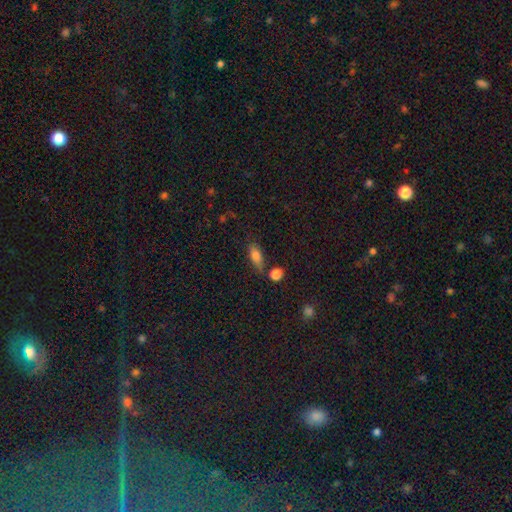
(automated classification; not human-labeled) A smooth galaxy with no disk features (78%) that is in between round and cigar-shaped (76%).

Vote fractions:
- Smooth or featured? smooth: 78% / featured or disk: 13% / star or artifact: 9%
- How rounded? in between: 76% / cigar-shaped: 19% / round: 5%
- Merging? none: 66% / minor disturbance: 18% / merger: 11% / major disturbance: 6%